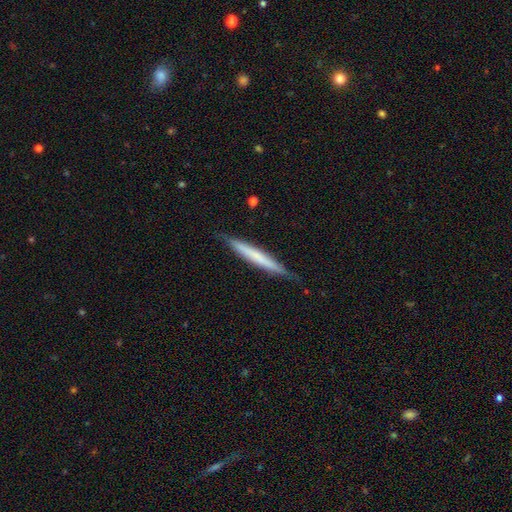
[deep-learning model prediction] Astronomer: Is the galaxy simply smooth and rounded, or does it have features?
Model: smooth — 54% (runner-up: featured or disk, 40%).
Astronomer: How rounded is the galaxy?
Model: cigar-shaped — 96%.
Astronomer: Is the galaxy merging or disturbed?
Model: none — 85%.